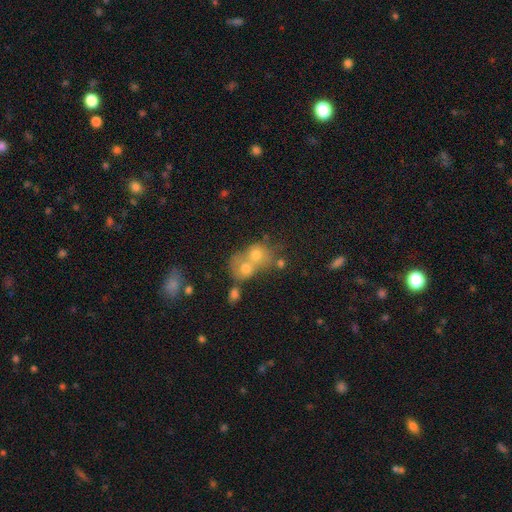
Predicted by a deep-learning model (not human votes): smooth-or-featured: smooth: 61% | featured or disk: 23% | star or artifact: 17%
  how-rounded: round: 67% | in between: 31% | cigar-shaped: 1%
  merging: merger: 65% | none: 25% | minor disturbance: 6% | major disturbance: 4%